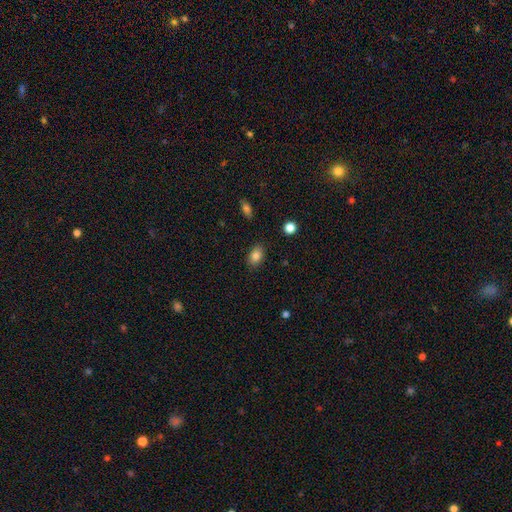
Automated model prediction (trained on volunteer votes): Smooth or featured? Predicted: smooth (p=0.84). How rounded? Predicted: in between (p=0.83). Merging? Predicted: none (p=0.86).